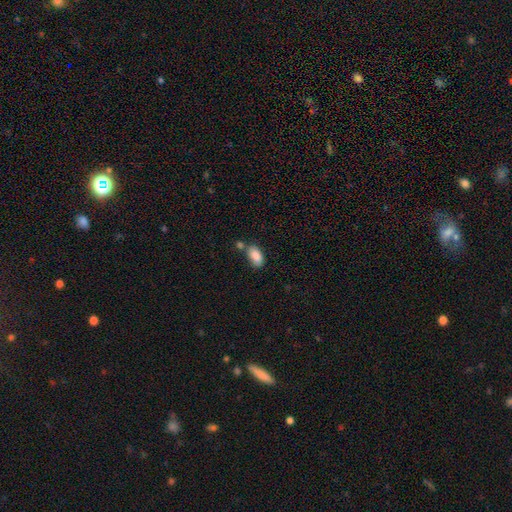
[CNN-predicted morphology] This appears to be a smooth galaxy with no disk features (87%) that is in between round and cigar-shaped (93%). Merging: none (59%).